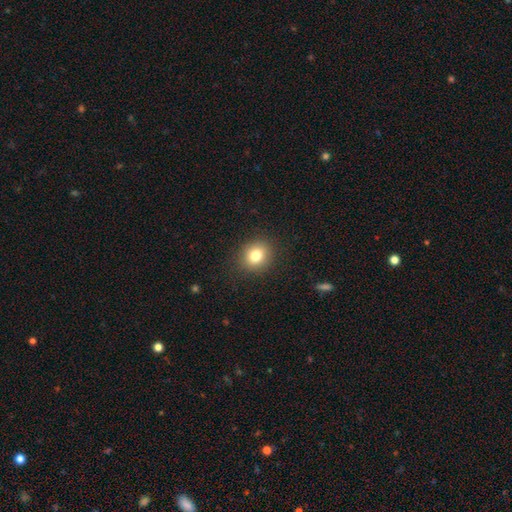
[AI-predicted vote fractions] This is likely a smooth galaxy (80%). How rounded: likely round (75%). Merging: clearly none (89%).